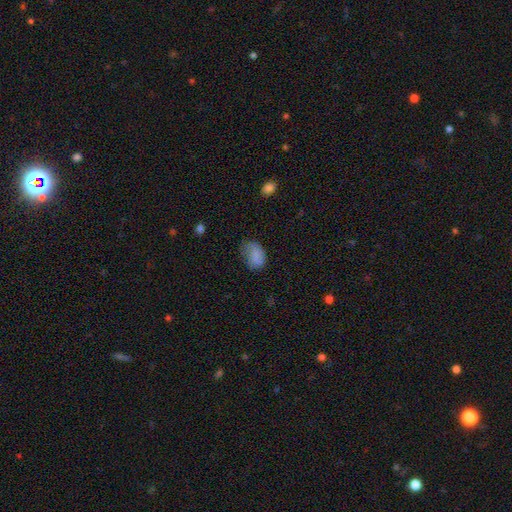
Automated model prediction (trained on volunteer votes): Smooth or featured?
  - smooth: 81% *
  - featured or disk: 10%
  - star or artifact: 8%
How rounded?
  - in between: 86% *
  - round: 13%
  - cigar-shaped: 1%
Merging?
  - none: 53% *
  - minor disturbance: 33%
  - major disturbance: 12%
  - merger: 2%